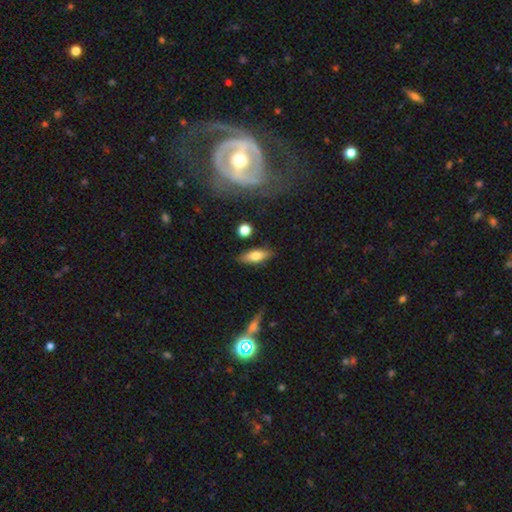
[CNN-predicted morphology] smooth 71%, featured or disk 21%, star or artifact 7%. Down the decision tree: how rounded — in between (68%); merging — none (83%).